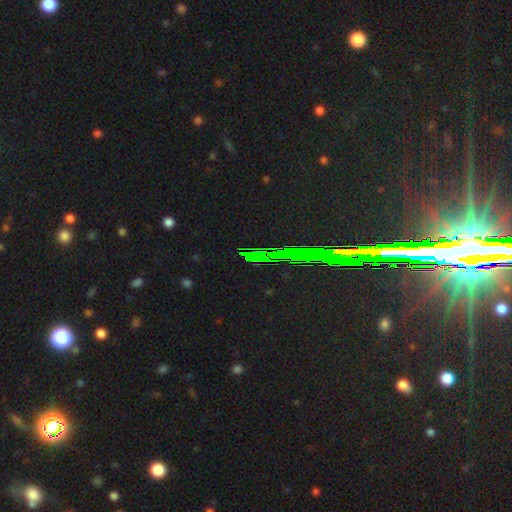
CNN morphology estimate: star or artifact 76%, smooth 12%, featured or disk 12%.